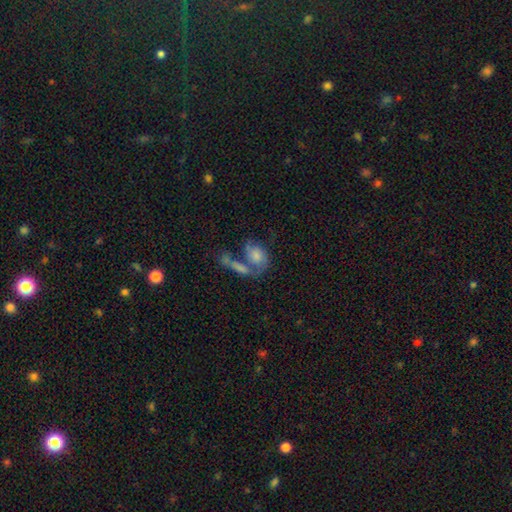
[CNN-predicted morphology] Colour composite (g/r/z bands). It shows a smooth galaxy with no disk features (48%). Merging: merger (43%).